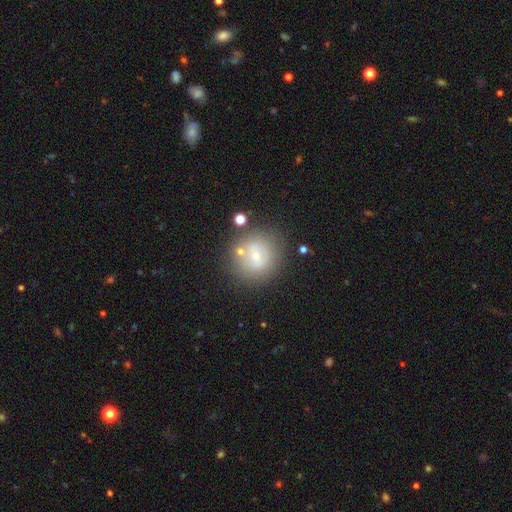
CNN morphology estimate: Q: Smooth or featured?
A: smooth (56%); runner-up: featured or disk (32%)
Q: How rounded?
A: round (90%); runner-up: in between (9%)
Q: Merging?
A: none (73%); runner-up: minor disturbance (12%)